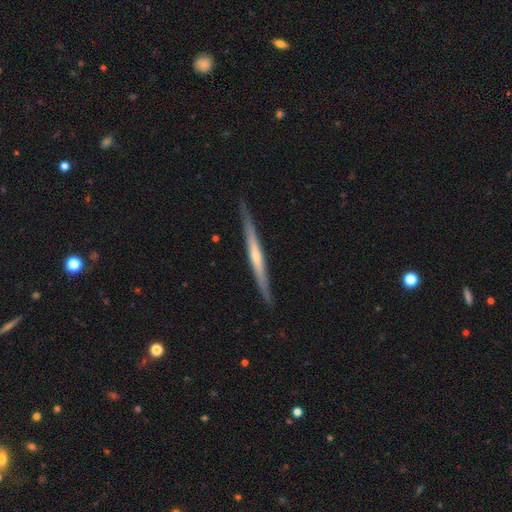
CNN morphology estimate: Overall: featured or disk (78%). Edge-on disk: yes (98%). Edge-on bulge: rounded (62%; none 30%). Merging: none (90%).